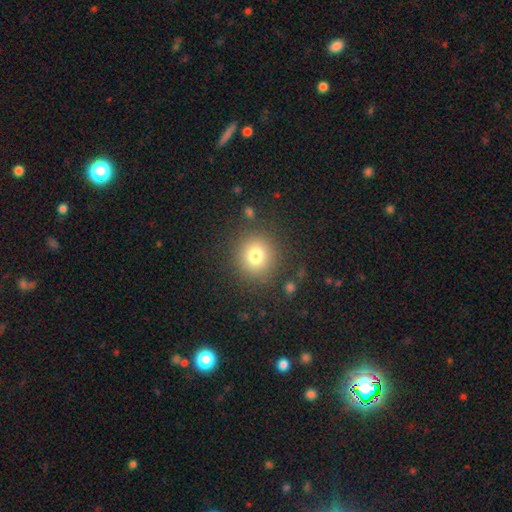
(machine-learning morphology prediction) smooth 77%, star or artifact 13%, featured or disk 10%. Down the decision tree: how rounded — round (91%); merging — none (86%).